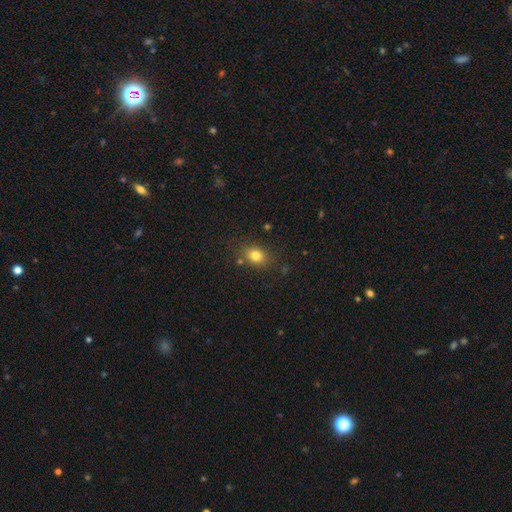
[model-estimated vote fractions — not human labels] The model was most divided on "how rounded": in between: 57%, round: 41%, cigar-shaped: 1%. More confident: smooth or featured — smooth (80%); merging — none (79%).